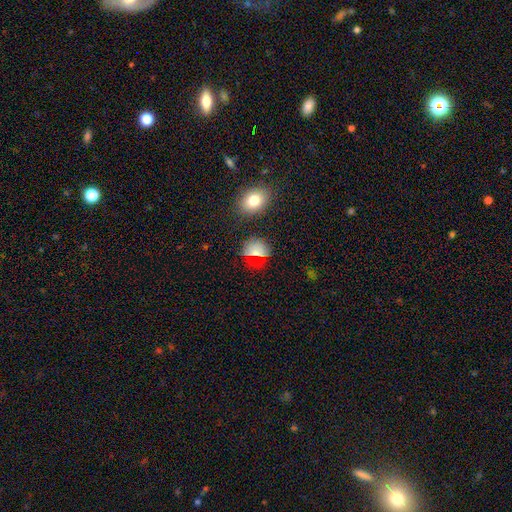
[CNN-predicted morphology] This appears to be a smooth galaxy with no disk features (62%) that is round (75%). Merging: none (81%).